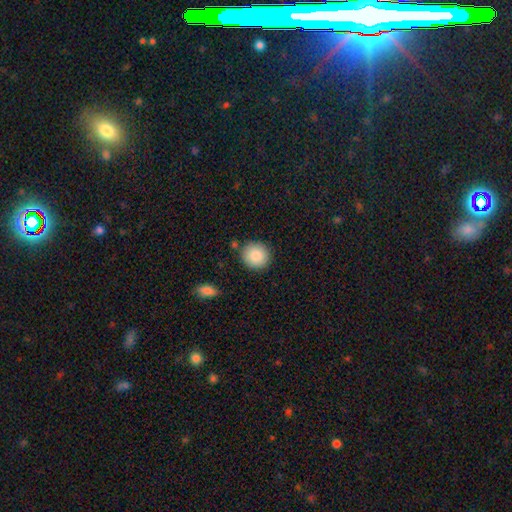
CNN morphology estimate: This is clearly a smooth galaxy (88%). How rounded: clearly round (88%). Merging: clearly none (85%).